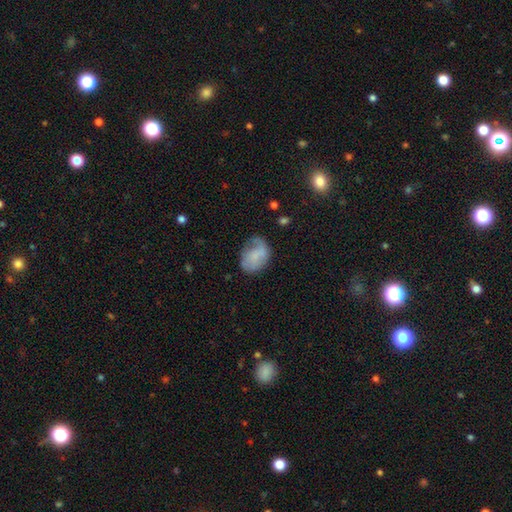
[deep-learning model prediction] The model was most divided on "merging": none: 48%, minor disturbance: 33%, major disturbance: 17%, merger: 2%. More confident: how rounded — in between (73%); smooth or featured — smooth (64%).